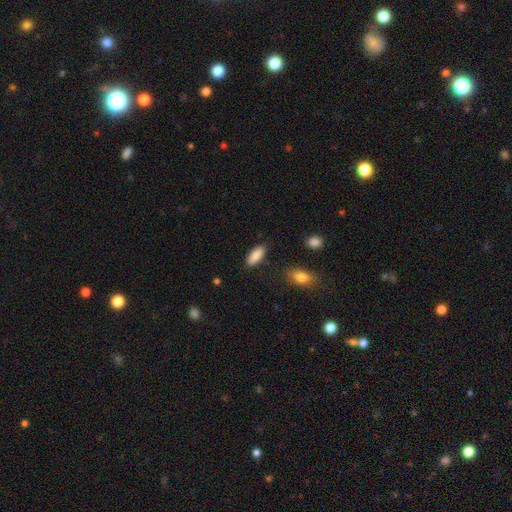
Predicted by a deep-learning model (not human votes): Smooth or featured? Predicted: smooth (p=0.88). How rounded? Predicted: in between (p=0.78). Merging? Predicted: none (p=0.84).